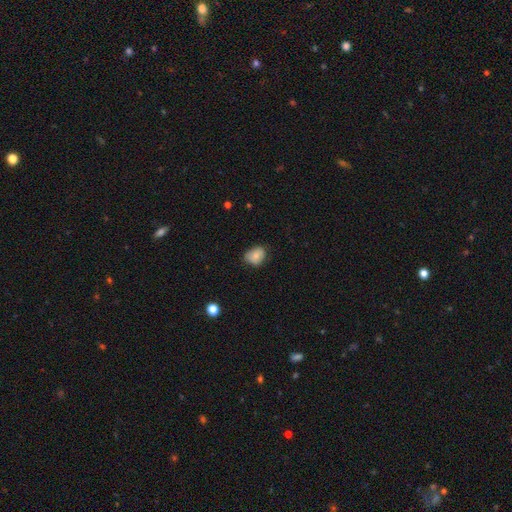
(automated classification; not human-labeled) This is likely a smooth galaxy (79%). How rounded: possibly in between (59%). Merging: likely none (62%).